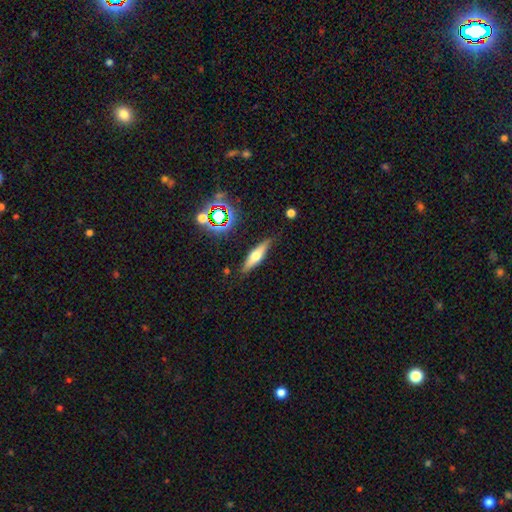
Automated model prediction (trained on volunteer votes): featured or disk 48%, smooth 42%, star or artifact 10%. Down the decision tree: merging — none (84%).